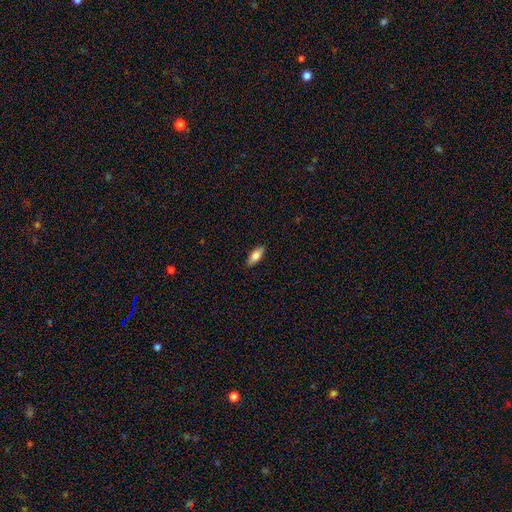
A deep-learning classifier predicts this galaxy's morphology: smooth 82%, featured or disk 12%, star or artifact 6%. Down the decision tree: how rounded — in between (77%); merging — none (88%).